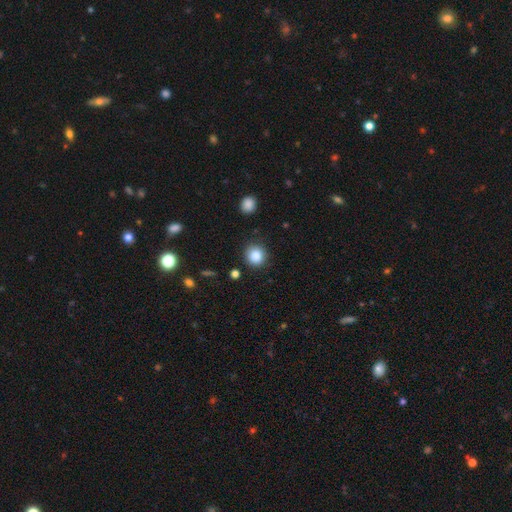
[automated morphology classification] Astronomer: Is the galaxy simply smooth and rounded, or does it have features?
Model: smooth — 86%.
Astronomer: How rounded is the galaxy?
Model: round — 88%.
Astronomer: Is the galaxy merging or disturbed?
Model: none — 84%.